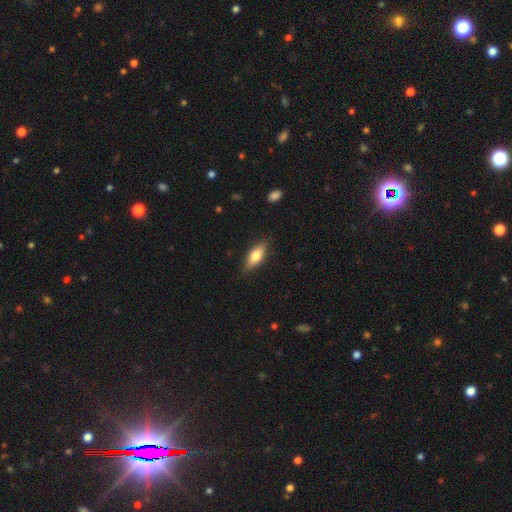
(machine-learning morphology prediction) A smooth galaxy with no disk features (75%) that is in between round and cigar-shaped (76%).

Vote fractions:
- Smooth or featured? smooth: 75% / featured or disk: 18% / star or artifact: 6%
- How rounded? in between: 76% / cigar-shaped: 22% / round: 3%
- Merging? none: 84% / minor disturbance: 12% / major disturbance: 2% / merger: 1%